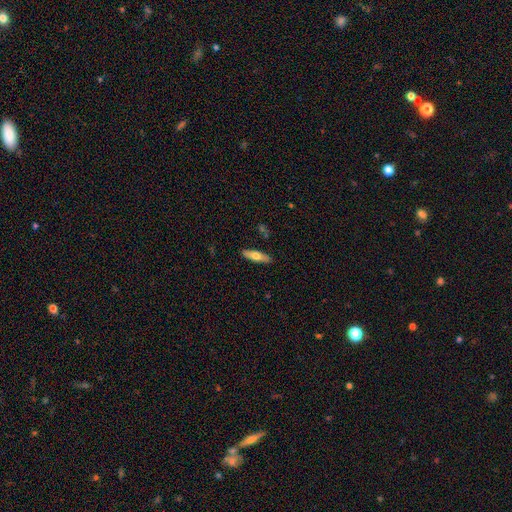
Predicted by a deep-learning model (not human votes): smooth 61%, featured or disk 33%, star or artifact 6%. Down the decision tree: how rounded — cigar-shaped (59%); merging — none (89%).